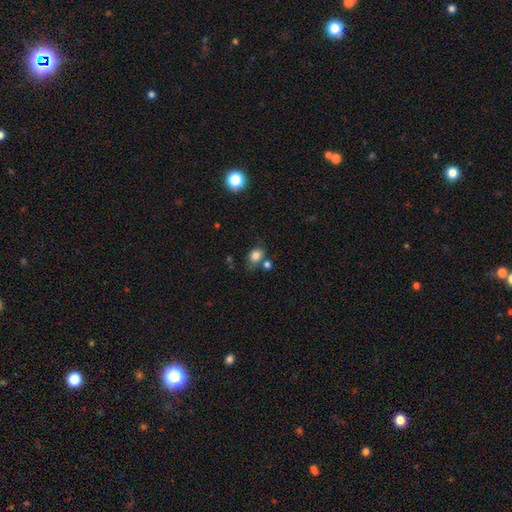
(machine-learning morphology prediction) Overall: smooth (82%). How rounded: in between (56%; round 43%). Merging: none (61%).